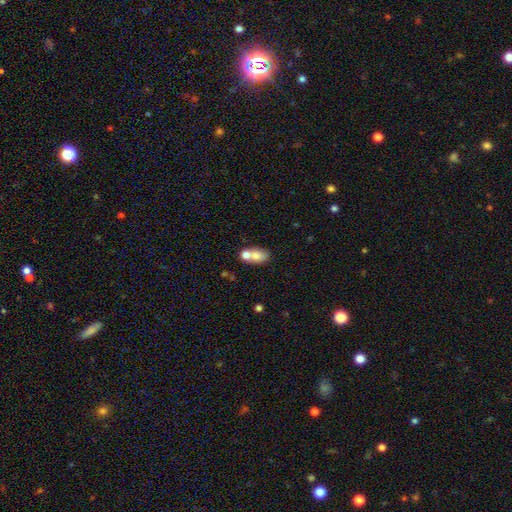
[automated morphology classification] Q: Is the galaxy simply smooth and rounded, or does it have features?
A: smooth — 72%.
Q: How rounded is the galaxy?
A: in between — 76%.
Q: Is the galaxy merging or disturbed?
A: merger — 51%.